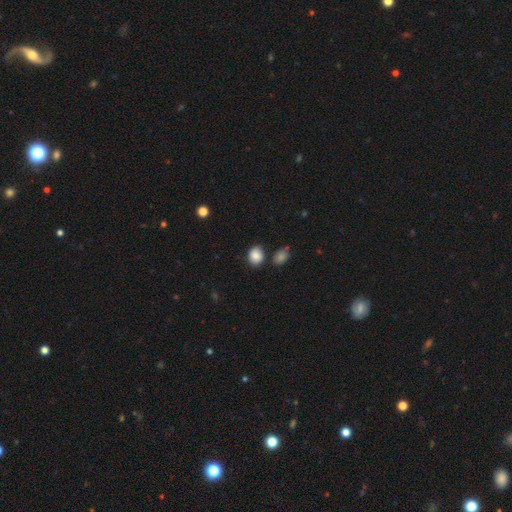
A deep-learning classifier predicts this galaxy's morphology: smooth-or-featured: smooth: 84% | star or artifact: 9% | featured or disk: 7%
  how-rounded: round: 56% | in between: 43% | cigar-shaped: 1%
  merging: none: 78% | minor disturbance: 12% | merger: 7% | major disturbance: 3%